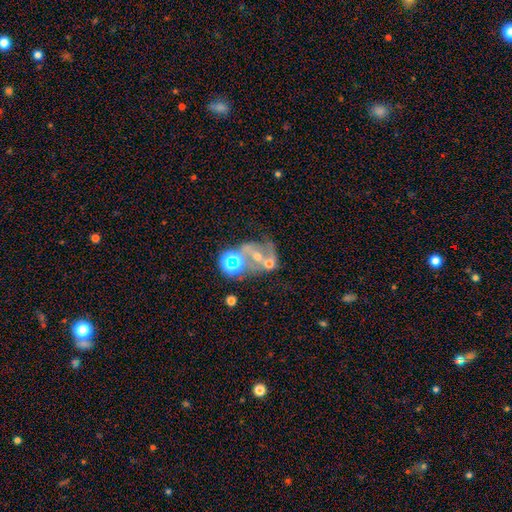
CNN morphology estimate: Overall: featured or disk (51%; star or artifact 26%). Edge-on disk: no (97%). Merging: merger (42%; none 27%).